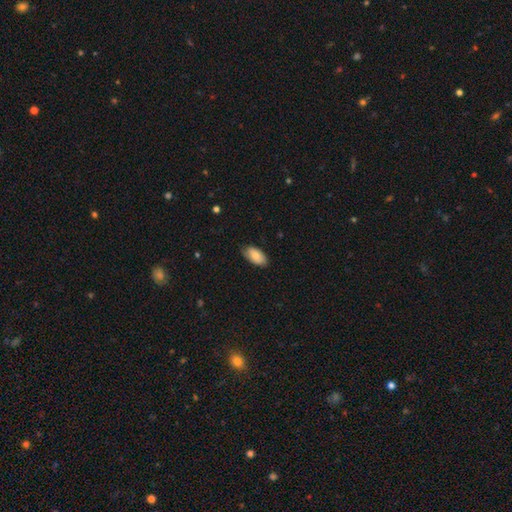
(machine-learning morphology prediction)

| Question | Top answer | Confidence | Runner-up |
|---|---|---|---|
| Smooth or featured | smooth | 72% | featured or disk (21%) |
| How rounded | in between | 94% | cigar-shaped (3%) |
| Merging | none | 76% | minor disturbance (20%) |